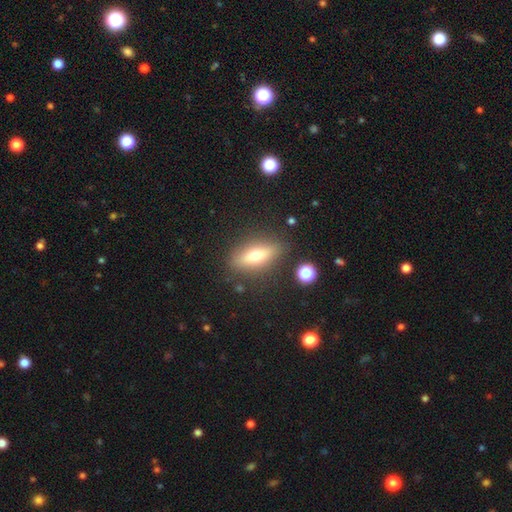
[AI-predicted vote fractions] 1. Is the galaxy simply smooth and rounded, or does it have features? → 50% smooth, 41% featured or disk, 9% star or artifact.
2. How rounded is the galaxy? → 54% in between, 41% cigar-shaped, 5% round.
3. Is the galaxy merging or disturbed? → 84% none, 10% minor disturbance, 3% major disturbance, 2% merger.